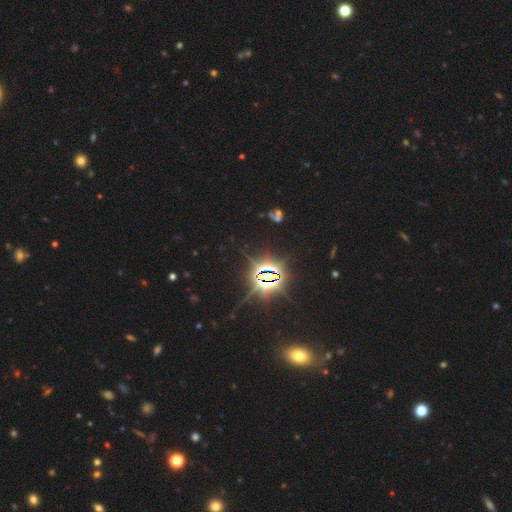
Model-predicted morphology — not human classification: smooth_or_featured: star or artifact (p=0.83) [alt: smooth p=0.10]